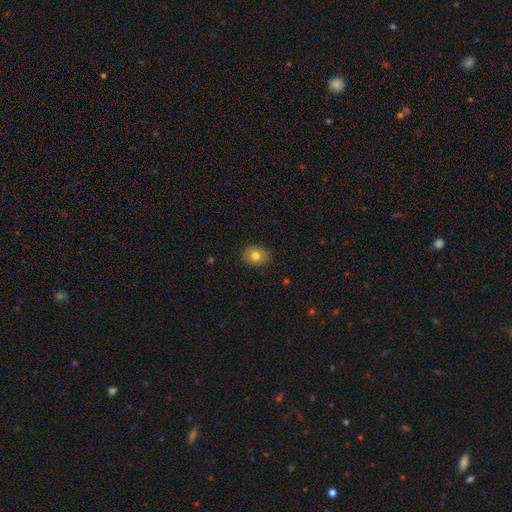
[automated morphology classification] Smooth or featured? Predicted: smooth (p=0.77). How rounded? Predicted: round (p=0.54). Merging? Predicted: none (p=0.89).